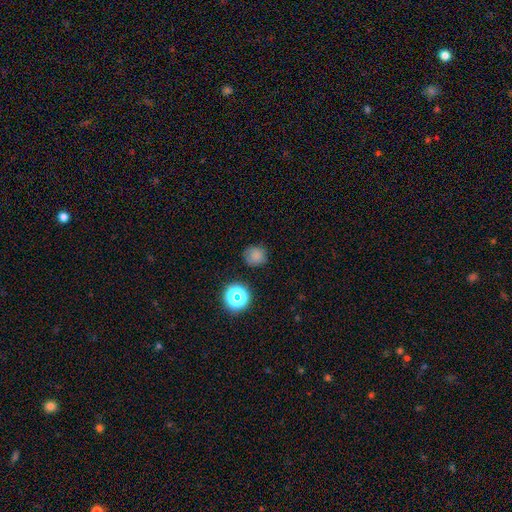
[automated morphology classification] Smooth or featured? Predicted: smooth (p=0.74). How rounded? Predicted: round (p=0.87). Merging? Predicted: none (p=0.77).